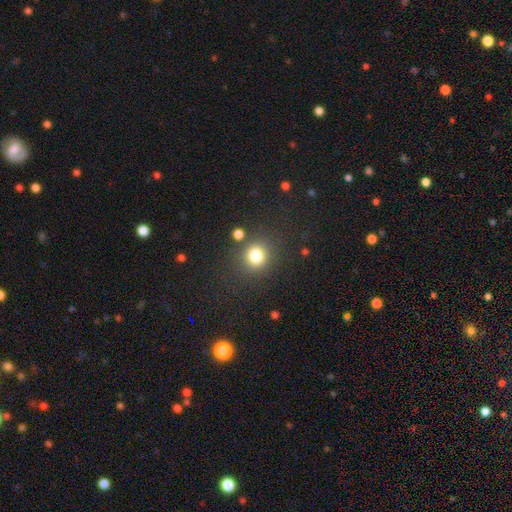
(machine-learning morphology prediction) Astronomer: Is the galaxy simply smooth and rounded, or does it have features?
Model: smooth — 79%.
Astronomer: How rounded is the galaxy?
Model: round — 85%.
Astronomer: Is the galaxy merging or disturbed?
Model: none — 81%.